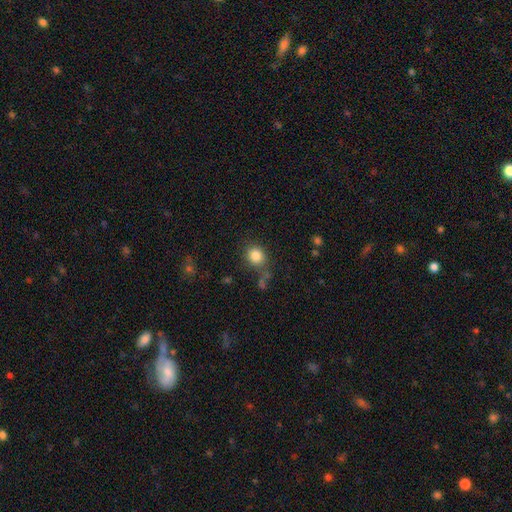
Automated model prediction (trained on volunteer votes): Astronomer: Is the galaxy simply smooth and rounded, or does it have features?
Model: smooth — 84%.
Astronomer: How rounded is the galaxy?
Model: round — 75%.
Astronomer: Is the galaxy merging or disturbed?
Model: none — 72%.